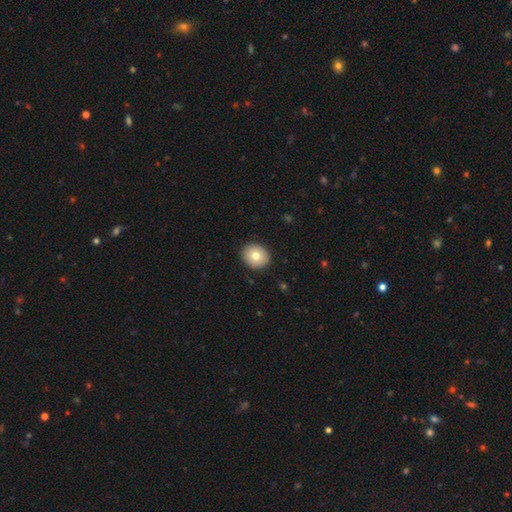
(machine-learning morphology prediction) type=smooth (77%); roundness=round (73%); merging=none (90%).